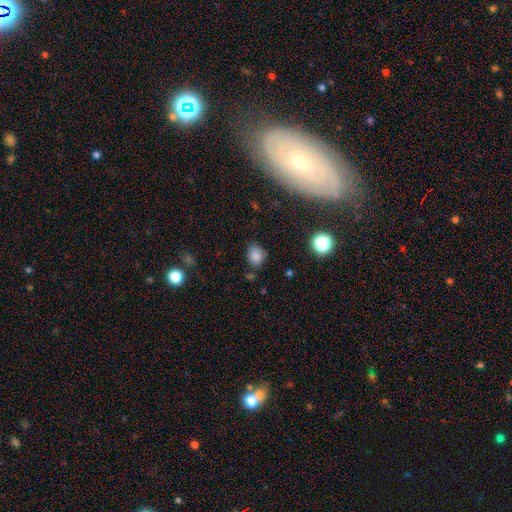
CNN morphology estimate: This appears to be a smooth galaxy with no disk features (81%) that is in between round and cigar-shaped (56%). Merging: none (70%).